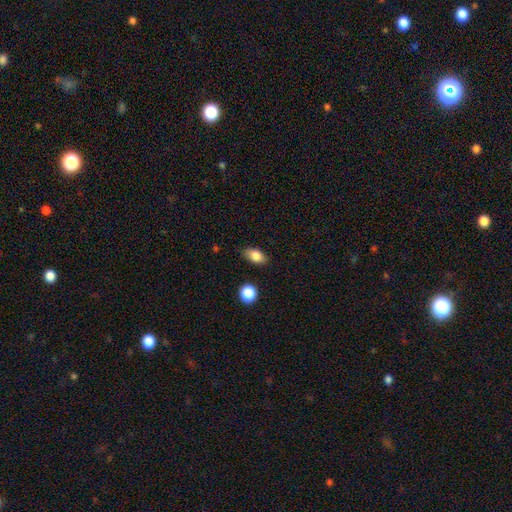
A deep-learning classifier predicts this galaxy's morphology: The model was most divided on "merging": none: 82%, minor disturbance: 14%, major disturbance: 3%, merger: 2%. More confident: how rounded — in between (87%); smooth or featured — smooth (83%).